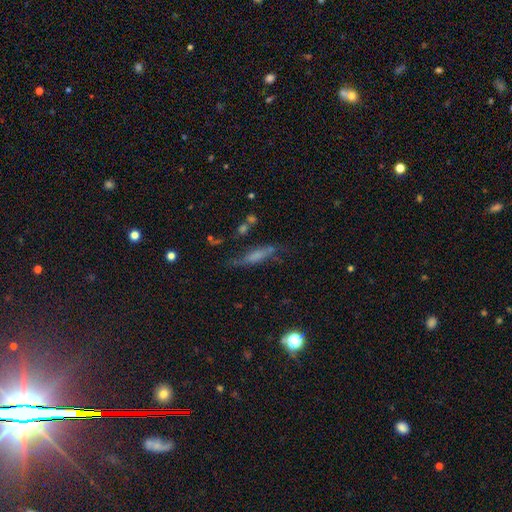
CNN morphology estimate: smooth-or-featured: featured or disk: 45% | smooth: 38% | star or artifact: 18%
  merging: none: 59% | minor disturbance: 22% | major disturbance: 14% | merger: 6%